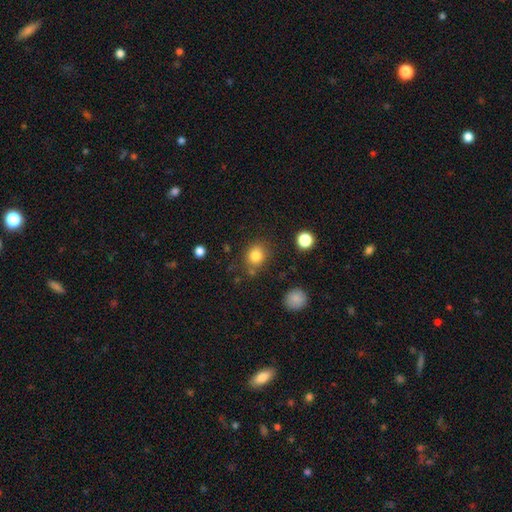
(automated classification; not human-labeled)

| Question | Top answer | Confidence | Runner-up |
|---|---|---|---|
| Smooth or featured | smooth | 82% | star or artifact (11%) |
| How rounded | round | 70% | in between (29%) |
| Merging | none | 77% | minor disturbance (13%) |